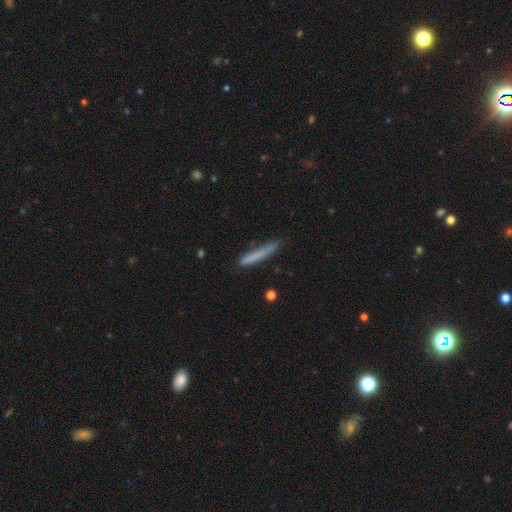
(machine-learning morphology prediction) A smooth galaxy with no disk features (75%) that is cigar-shaped (95%). Merging: none (76%).